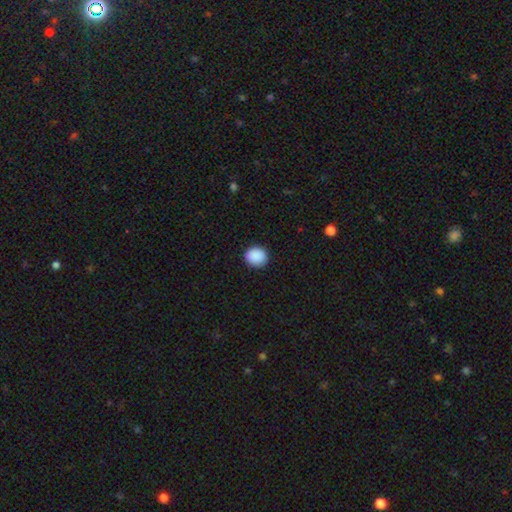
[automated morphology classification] Smooth or featured?
  - smooth: 90% *
  - star or artifact: 8%
  - featured or disk: 2%
How rounded?
  - round: 81% *
  - in between: 18%
  - cigar-shaped: 1%
Merging?
  - none: 91% *
  - minor disturbance: 7%
  - major disturbance: 2%
  - merger: 1%